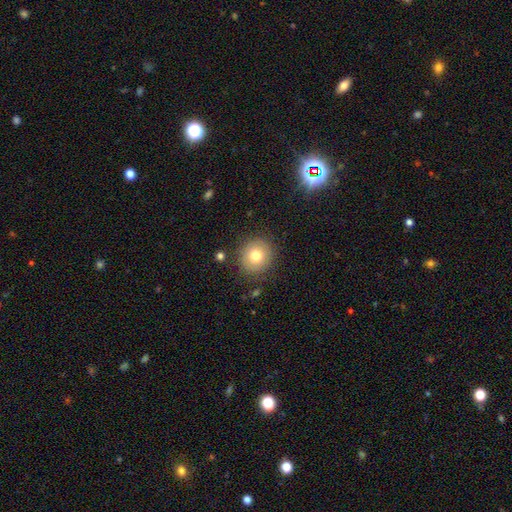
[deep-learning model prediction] Overall: smooth (75%). How rounded: round (87%). Merging: none (86%).